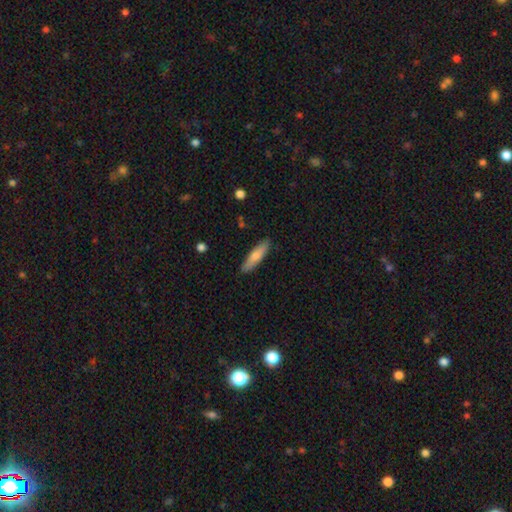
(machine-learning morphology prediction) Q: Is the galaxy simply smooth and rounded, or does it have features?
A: smooth — 74%.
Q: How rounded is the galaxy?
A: cigar-shaped — 71%.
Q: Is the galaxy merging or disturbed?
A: none — 86%.